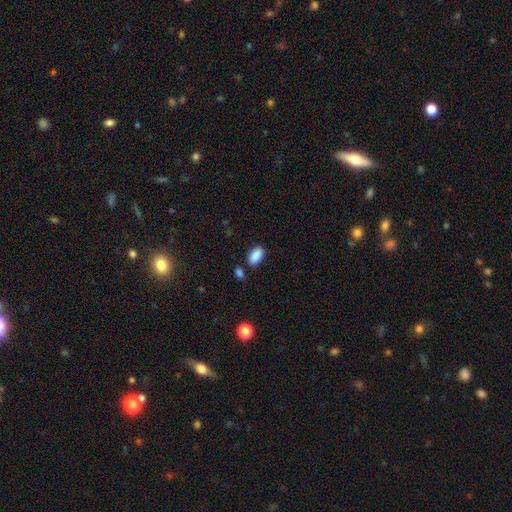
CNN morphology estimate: Smooth or featured? smooth (89%)
How rounded? in between (92%)
Merging? none (80%)